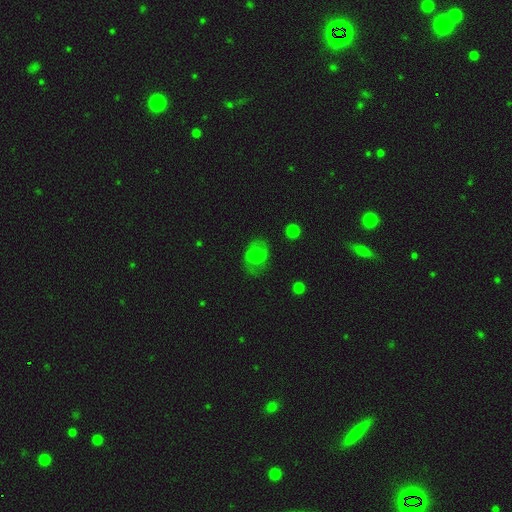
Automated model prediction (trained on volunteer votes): Overall: smooth (51%; featured or disk 40%). How rounded: in between (61%; round 37%). Merging: none (62%).